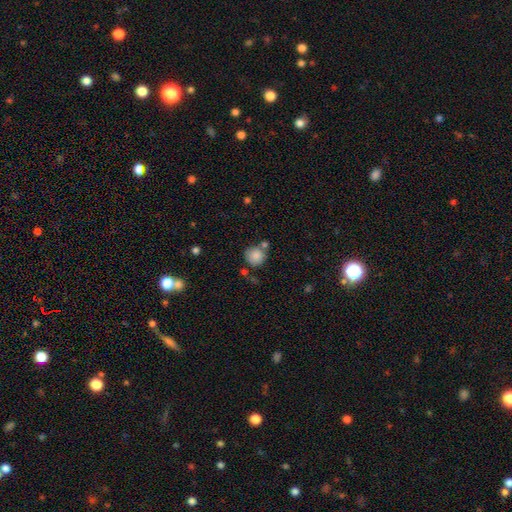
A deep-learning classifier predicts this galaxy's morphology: This is clearly a smooth galaxy (85%). How rounded: clearly round (90%). Merging: likely none (67%).